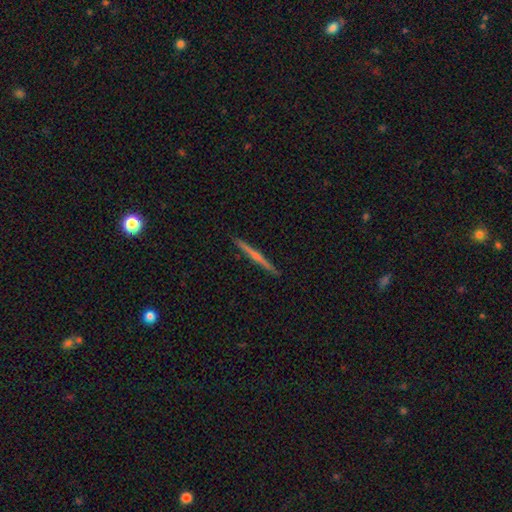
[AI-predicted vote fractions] smooth_or_featured: featured or disk (p=0.65) [alt: smooth p=0.25]
disk_edge_on: yes (p=0.97) [alt: no p=0.03]
edge_on_bulge: rounded (p=0.54) [alt: none p=0.38]
merging: none (p=0.91) [alt: minor disturbance p=0.06]